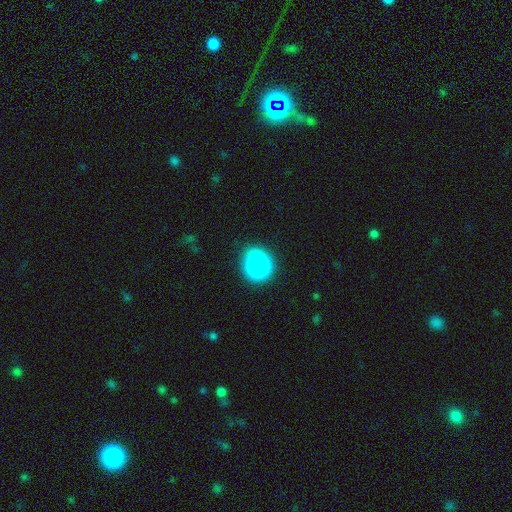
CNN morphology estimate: smooth_or_featured: smooth (p=0.61) [alt: featured or disk p=0.23]
how_rounded: round (p=0.87) [alt: in between p=0.12]
merging: none (p=0.67) [alt: minor disturbance p=0.19]